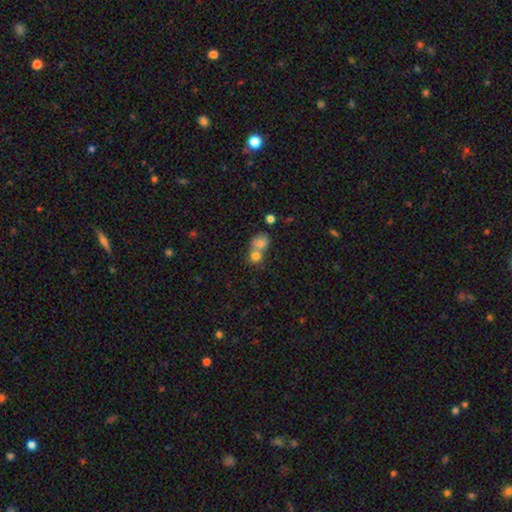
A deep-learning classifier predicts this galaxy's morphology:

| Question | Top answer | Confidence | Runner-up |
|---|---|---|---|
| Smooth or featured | smooth | 76% | featured or disk (13%) |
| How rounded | round | 73% | in between (26%) |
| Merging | merger | 61% | none (30%) |